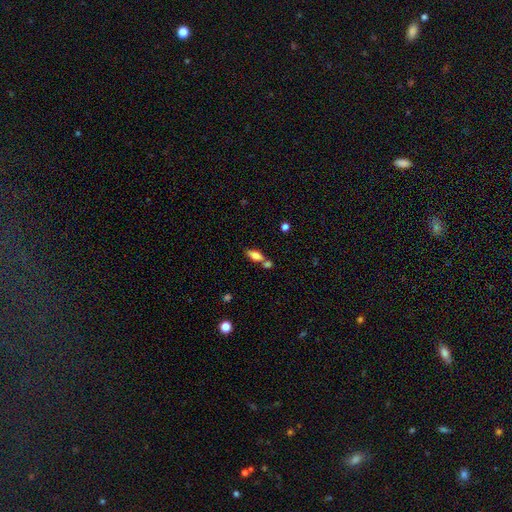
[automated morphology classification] Smooth or featured? smooth (71%)
How rounded? in between (76%)
Merging? none (56%)